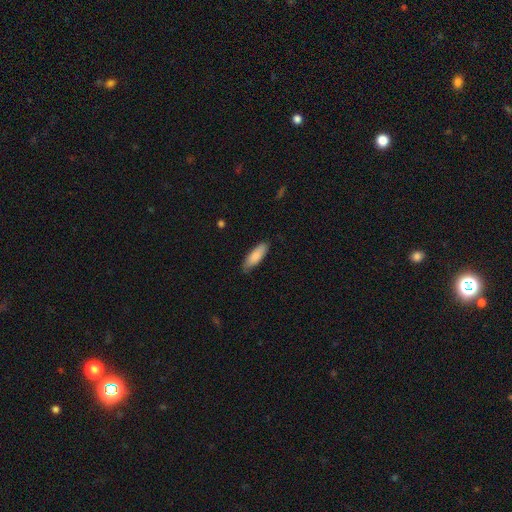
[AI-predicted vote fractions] smooth-or-featured: smooth: 85% | featured or disk: 9% | star or artifact: 5%
  how-rounded: in between: 56% | cigar-shaped: 42% | round: 2%
  merging: none: 81% | minor disturbance: 16% | major disturbance: 2% | merger: 1%